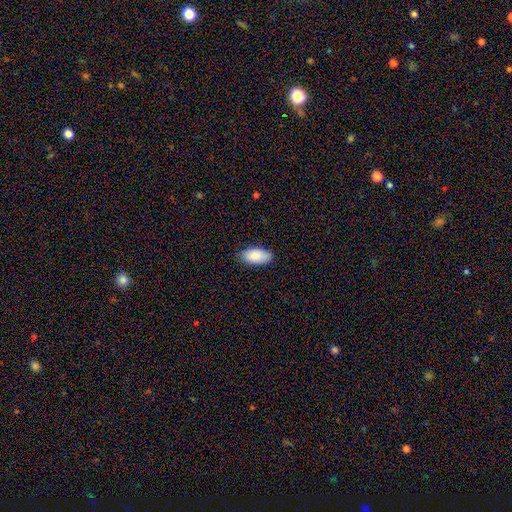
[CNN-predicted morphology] A smooth galaxy with no disk features (87%) that is in between round and cigar-shaped (93%).

Vote fractions:
- Smooth or featured? smooth: 87% / featured or disk: 7% / star or artifact: 6%
- How rounded? in between: 93% / cigar-shaped: 5% / round: 2%
- Merging? none: 85% / minor disturbance: 12% / major disturbance: 2% / merger: 1%